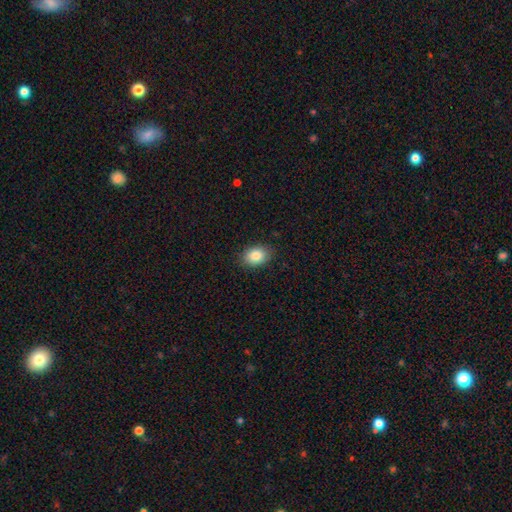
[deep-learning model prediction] Smooth or featured?
  - smooth: 87% *
  - star or artifact: 8%
  - featured or disk: 5%
How rounded?
  - in between: 75% *
  - round: 24%
  - cigar-shaped: 1%
Merging?
  - none: 87% *
  - minor disturbance: 10%
  - major disturbance: 2%
  - merger: 1%